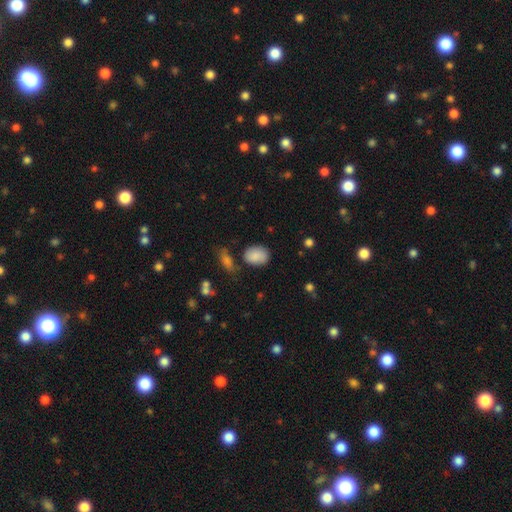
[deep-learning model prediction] smooth-or-featured: smooth: 85% | star or artifact: 8% | featured or disk: 8%
  how-rounded: in between: 68% | round: 30% | cigar-shaped: 1%
  merging: none: 68% | minor disturbance: 20% | merger: 6% | major disturbance: 5%